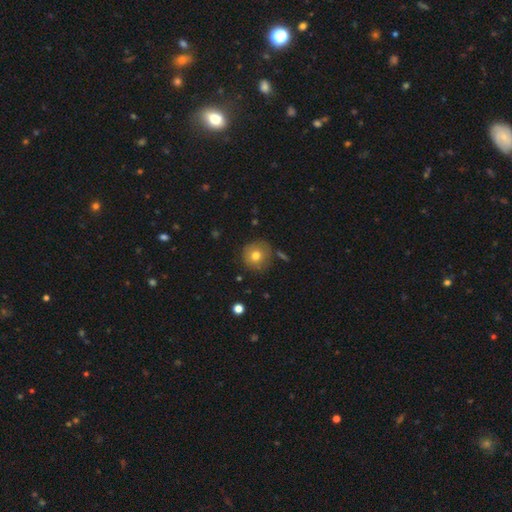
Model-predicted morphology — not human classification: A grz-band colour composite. It shows a smooth galaxy with no disk features (73%) that is round (91%). Merging: none (79%).